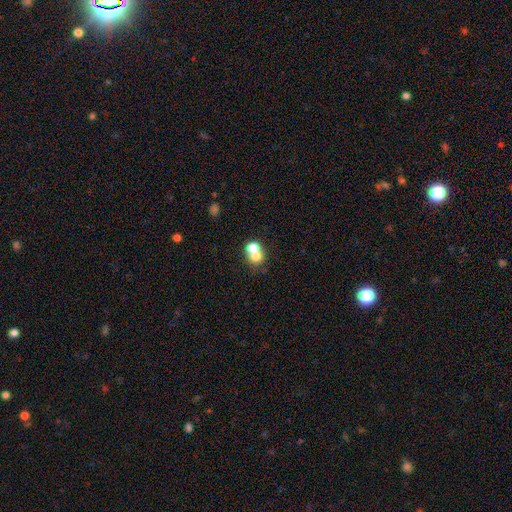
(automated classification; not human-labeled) smooth_or_featured: smooth (p=0.70) [alt: featured or disk p=0.17]
how_rounded: round (p=0.73) [alt: in between p=0.26]
merging: merger (p=0.60) [alt: none p=0.31]